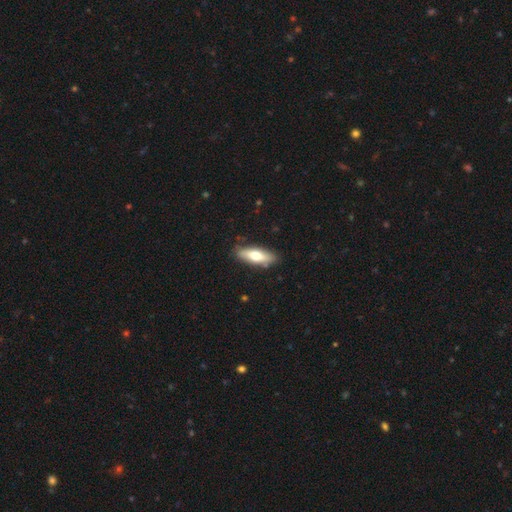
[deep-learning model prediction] Smooth or featured? Predicted: smooth (p=0.64). How rounded? Predicted: in between (p=0.58). Merging? Predicted: none (p=0.85).